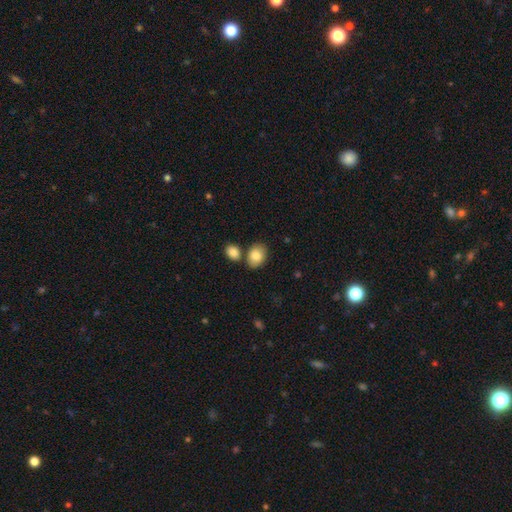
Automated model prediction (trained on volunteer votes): smooth 85%, featured or disk 8%, star or artifact 7%. Down the decision tree: how rounded — in between (74%); merging — none (68%).